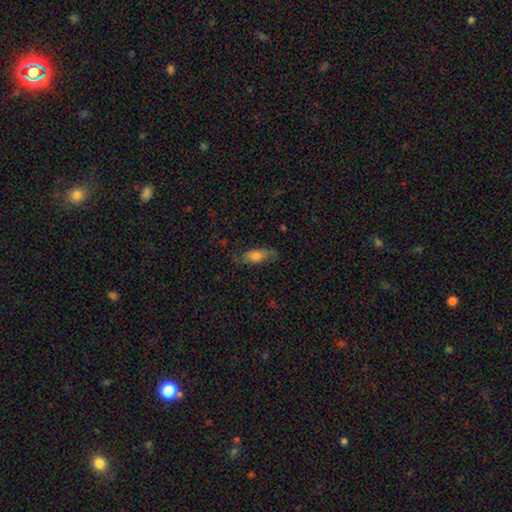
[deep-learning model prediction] Smooth or featured? Predicted: smooth (p=0.67). How rounded? Predicted: in between (p=0.74). Merging? Predicted: none (p=0.66).